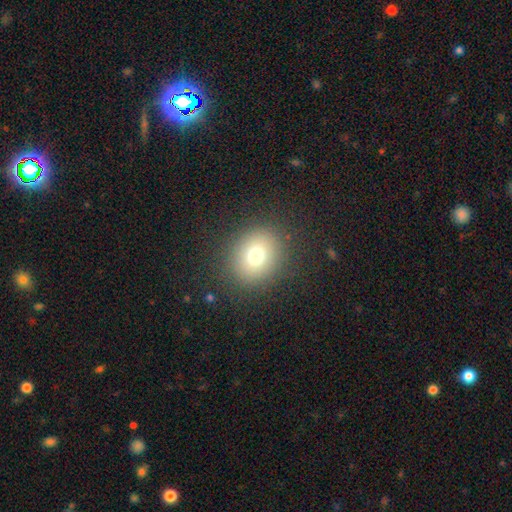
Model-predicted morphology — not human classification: This appears to be a smooth galaxy with no disk features (74%) that is round (75%). Merging: none (87%).